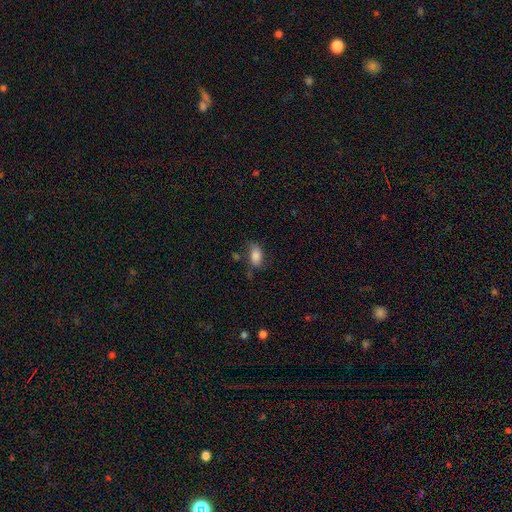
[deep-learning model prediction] Morphology: type=smooth (81%); roundness=in between (90%); merging=none (54%).